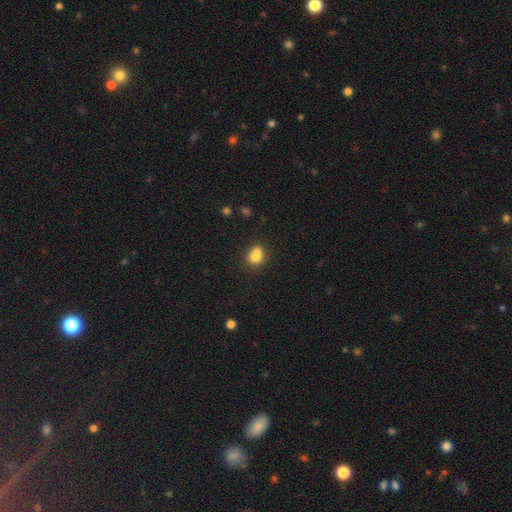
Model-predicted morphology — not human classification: This is likely a smooth galaxy (76%). How rounded: possibly round (59%). Merging: marginally none (42%).